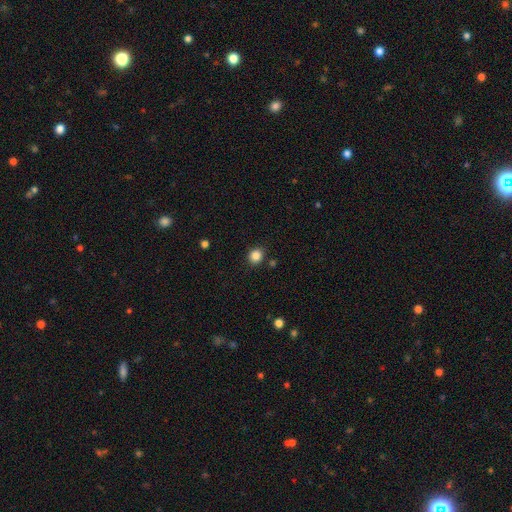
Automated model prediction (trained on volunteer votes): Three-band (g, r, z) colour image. It shows a smooth galaxy with no disk features (85%) that is round (78%). Merging: none (86%).